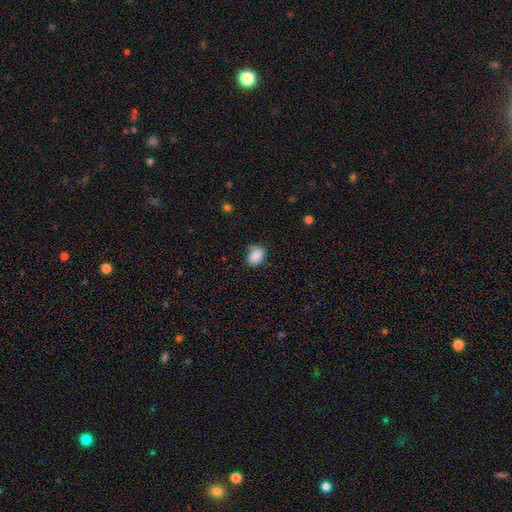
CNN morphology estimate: type=smooth (88%); roundness=in between (75%); merging=none (72%).